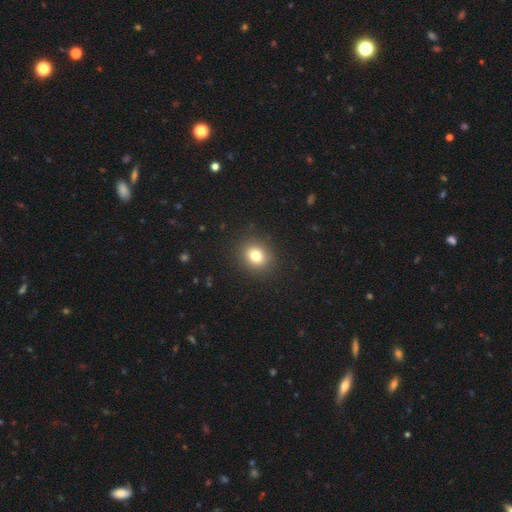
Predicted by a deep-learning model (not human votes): Smooth or featured? Predicted: smooth (p=0.79). How rounded? Predicted: round (p=0.75). Merging? Predicted: none (p=0.90).